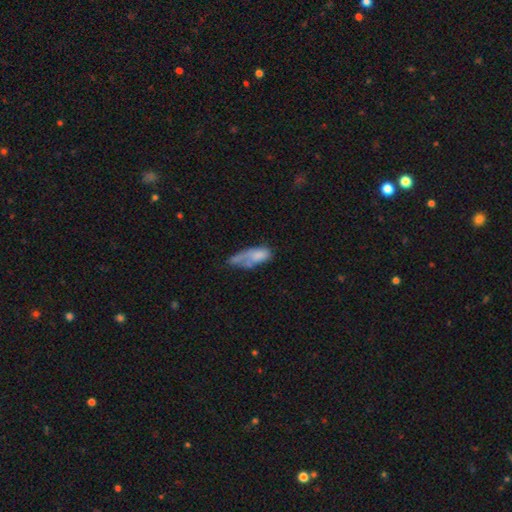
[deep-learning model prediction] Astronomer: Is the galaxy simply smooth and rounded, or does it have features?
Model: smooth — 62%.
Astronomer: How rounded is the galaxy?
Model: in between — 74%.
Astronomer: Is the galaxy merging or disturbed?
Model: major disturbance — 30% (runner-up: none, 27%).